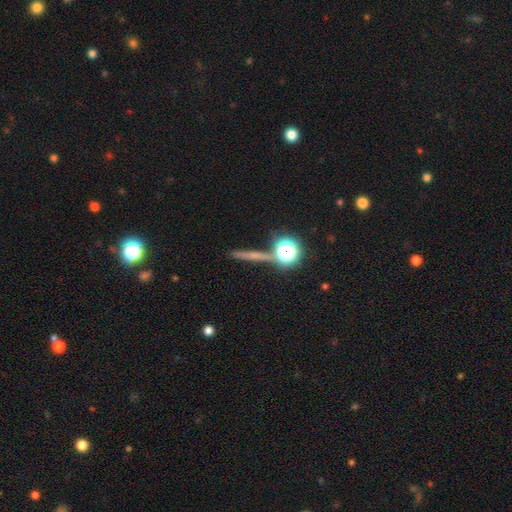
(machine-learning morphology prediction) Smooth or featured? smooth (39%)
Merging? none (82%)